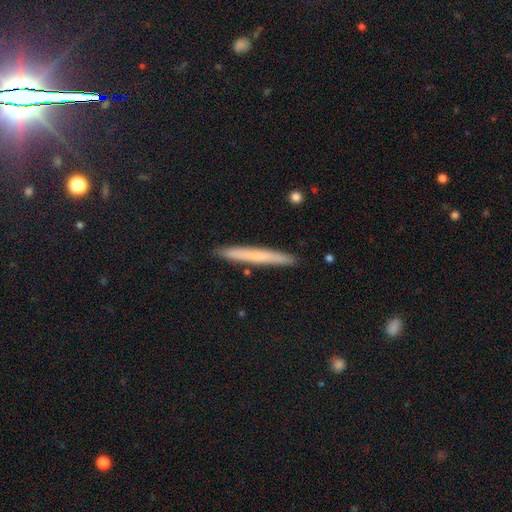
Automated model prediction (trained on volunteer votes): A smooth galaxy with no disk features (65%) that is cigar-shaped (97%).

Vote fractions:
- Smooth or featured? smooth: 65% / featured or disk: 29% / star or artifact: 7%
- How rounded? cigar-shaped: 97% / in between: 2% / round: 1%
- Merging? none: 91% / minor disturbance: 7% / merger: 1% / major disturbance: 1%